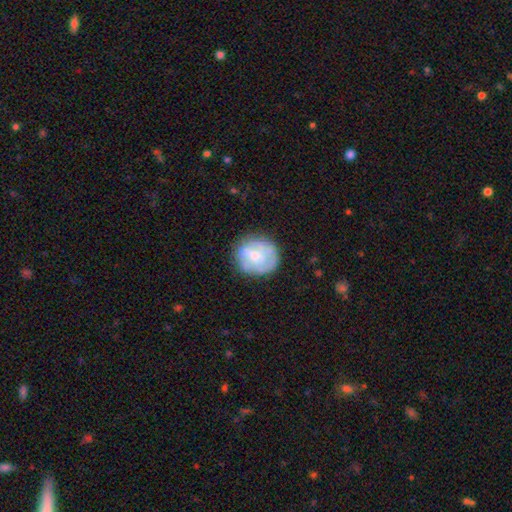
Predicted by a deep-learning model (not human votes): This is possibly a featured or disk galaxy (49%). Merging: likely none (71%).